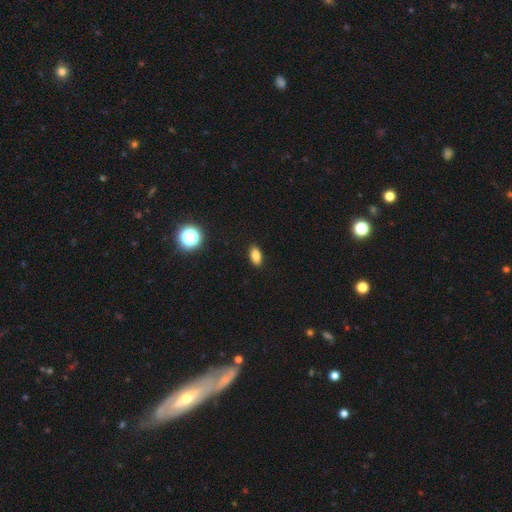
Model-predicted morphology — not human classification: Smooth or featured: smooth — 83% (star or artifact — 11%)
How rounded: in between — 90% (round — 6%)
Merging: none — 89% (minor disturbance — 8%)